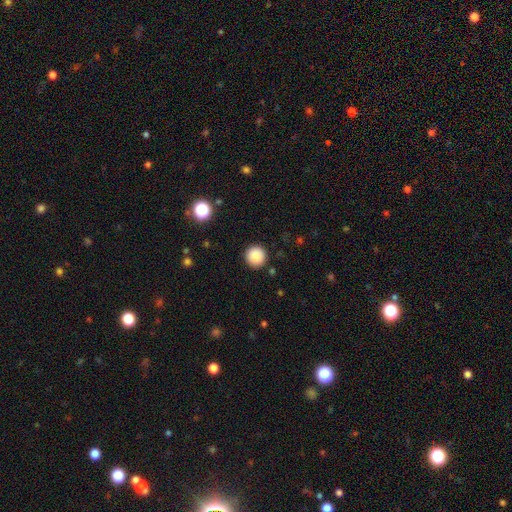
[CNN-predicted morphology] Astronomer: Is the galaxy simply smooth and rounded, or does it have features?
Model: smooth — 86%.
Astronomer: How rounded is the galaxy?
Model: round — 96%.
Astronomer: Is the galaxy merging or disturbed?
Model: none — 91%.